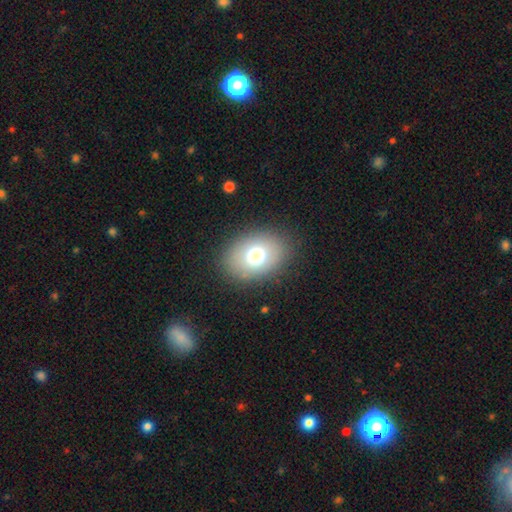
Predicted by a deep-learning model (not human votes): Smooth or featured? Predicted: smooth (p=0.72). How rounded? Predicted: in between (p=0.66). Merging? Predicted: none (p=0.87).